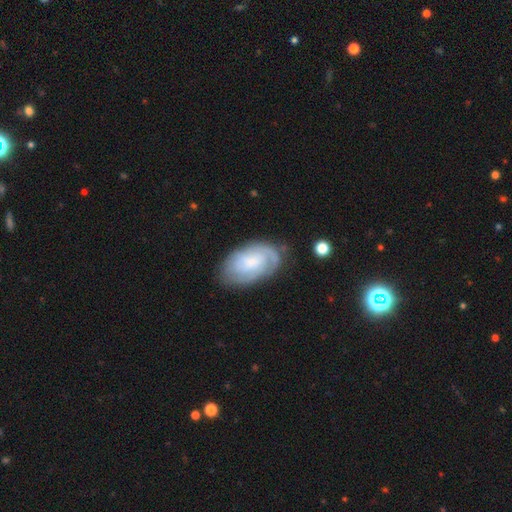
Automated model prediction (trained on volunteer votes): Smooth or featured?
  - featured or disk: 64% *
  - smooth: 29%
  - star or artifact: 6%
Edge-on disk?
  - no: 96% *
  - yes: 4%
Bar?
  - no: 63% *
  - weak: 31%
  - strong: 5%
Spiral arms?
  - yes: 89% *
  - no: 11%
Spiral winding?
  - tight: 58% *
  - medium: 31%
  - loose: 11%
Spiral arm count?
  - can't tell: 39% *
  - 2: 31%
  - 1: 13%
  - 3: 11%
  - 4: 3%
  - more than 4: 3%
Bulge size?
  - small: 52% *
  - moderate: 23%
  - none: 17%
  - large: 6%
  - dominant: 2%
Merging?
  - none: 68% *
  - minor disturbance: 21%
  - major disturbance: 8%
  - merger: 2%